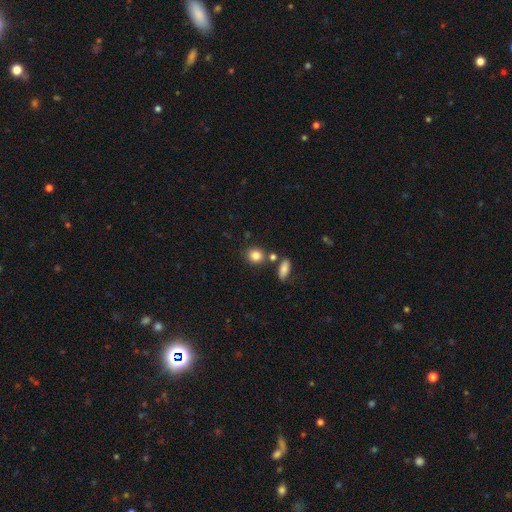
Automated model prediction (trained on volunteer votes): smooth_or_featured: smooth (p=0.83) [alt: star or artifact p=0.10]
how_rounded: round (p=0.72) [alt: in between p=0.27]
merging: none (p=0.73) [alt: merger p=0.13]